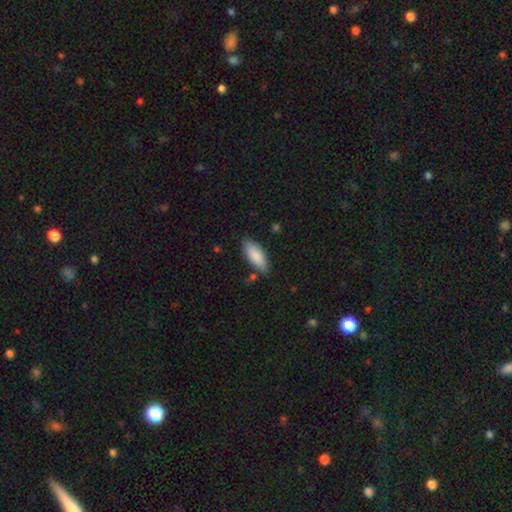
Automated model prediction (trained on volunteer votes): smooth 86%, featured or disk 8%, star or artifact 6%. Down the decision tree: how rounded — in between (79%); merging — none (78%).